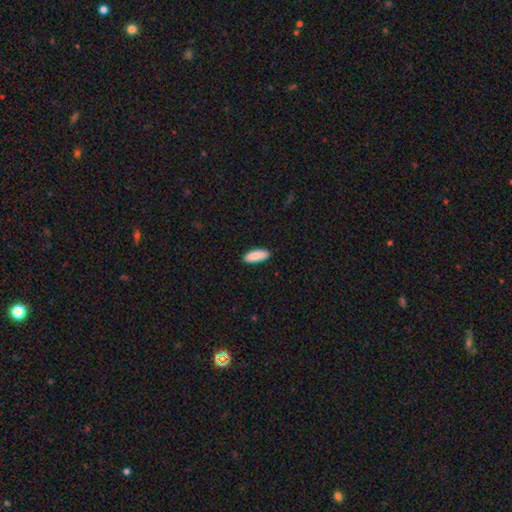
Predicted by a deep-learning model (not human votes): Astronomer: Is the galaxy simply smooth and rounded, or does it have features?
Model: smooth — 90%.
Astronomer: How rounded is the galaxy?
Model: in between — 76%.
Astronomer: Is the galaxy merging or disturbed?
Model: none — 90%.